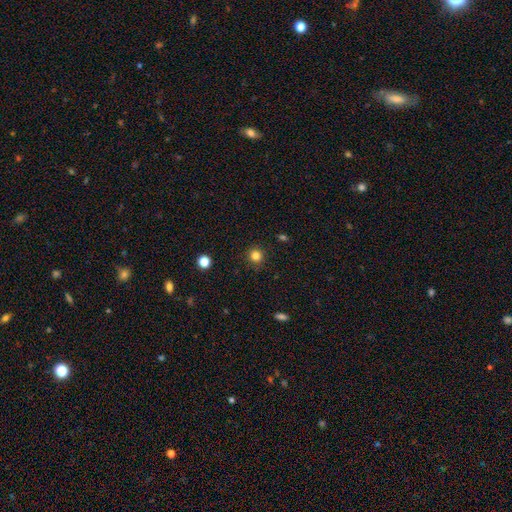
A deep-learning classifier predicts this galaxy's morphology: type=smooth (82%); roundness=round (93%); merging=none (90%).